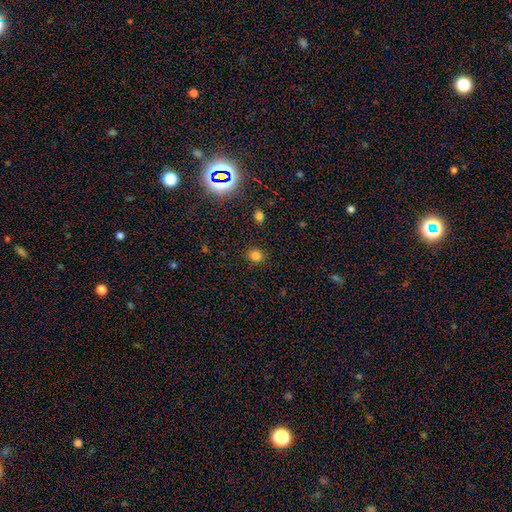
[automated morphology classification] This is likely a smooth galaxy (78%). How rounded: likely round (73%). Merging: clearly none (87%).